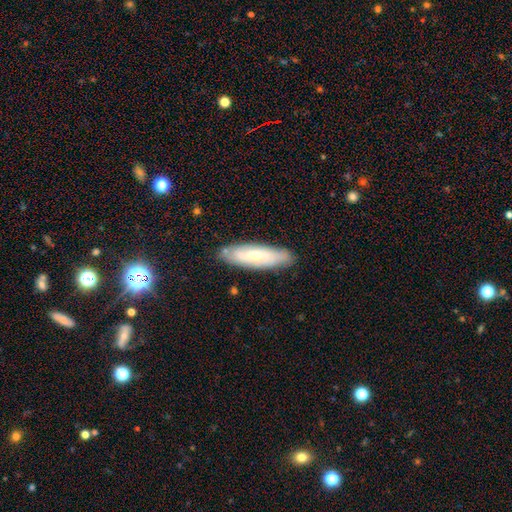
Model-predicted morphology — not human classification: Smooth or featured? Predicted: smooth (p=0.50). How rounded? Predicted: cigar-shaped (p=0.60). Merging? Predicted: none (p=0.83).